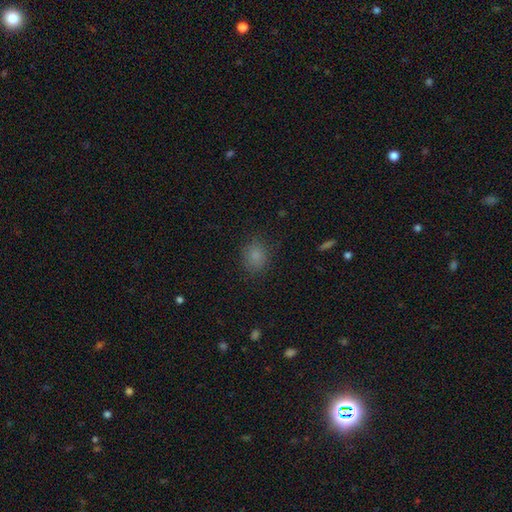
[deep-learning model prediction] A smooth galaxy with no disk features (82%) that is round (62%).

Vote fractions:
- Smooth or featured? smooth: 82% / star or artifact: 13% / featured or disk: 5%
- How rounded? round: 62% / in between: 37% / cigar-shaped: 1%
- Merging? none: 83% / minor disturbance: 12% / major disturbance: 4% / merger: 1%